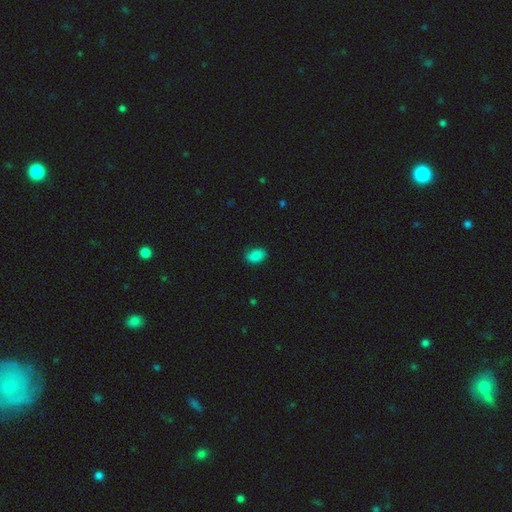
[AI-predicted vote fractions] smooth-or-featured: smooth: 86% | star or artifact: 10% | featured or disk: 4%
  how-rounded: in between: 86% | round: 13% | cigar-shaped: 1%
  merging: none: 80% | minor disturbance: 16% | major disturbance: 3% | merger: 1%